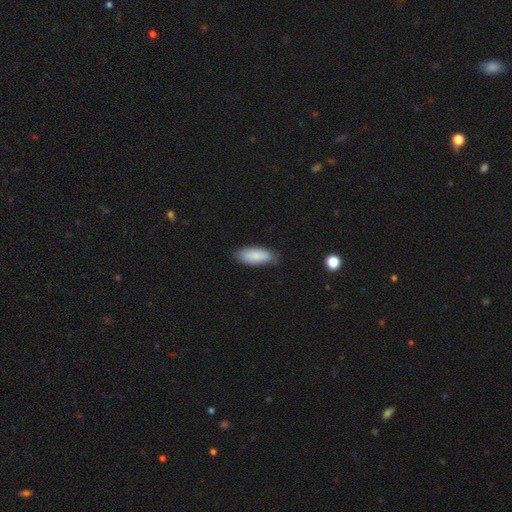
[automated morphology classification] This is clearly a smooth galaxy (86%). How rounded: clearly in between (82%). Merging: likely none (74%).